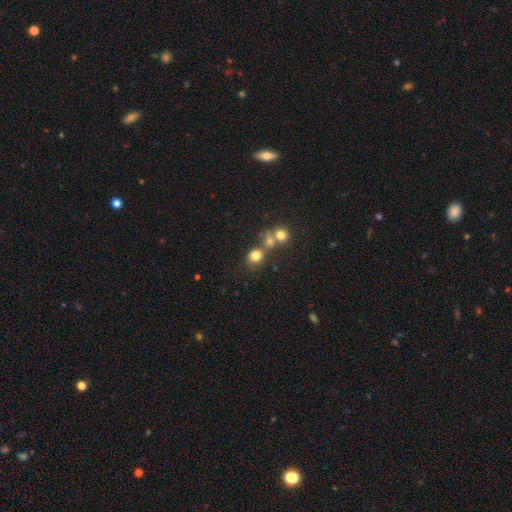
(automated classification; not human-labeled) smooth 77%, star or artifact 15%, featured or disk 8%. Down the decision tree: how rounded — round (78%); merging — none (56%).